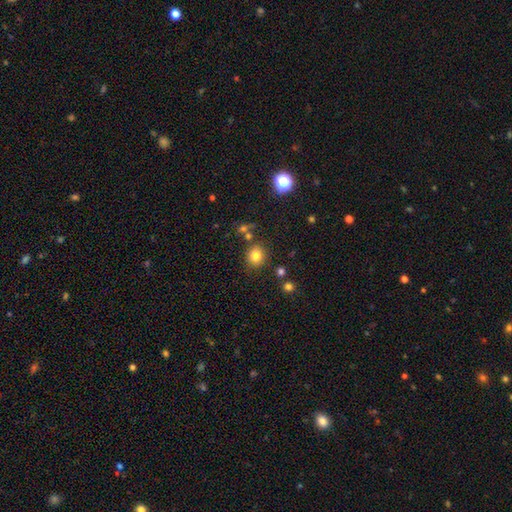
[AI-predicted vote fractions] This is likely a smooth galaxy (80%). How rounded: clearly round (83%). Merging: clearly none (81%).